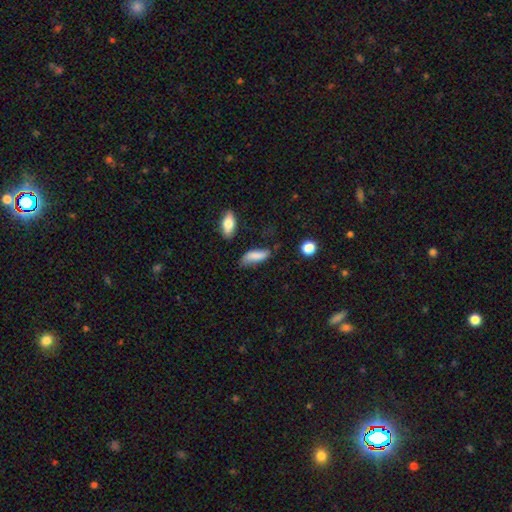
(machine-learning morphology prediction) smooth_or_featured: smooth (p=0.77) [alt: featured or disk p=0.15]
how_rounded: in between (p=0.71) [alt: cigar-shaped p=0.26]
merging: none (p=0.58) [alt: minor disturbance p=0.29]